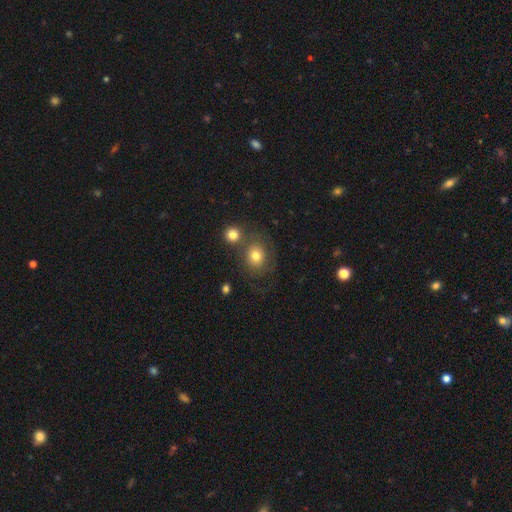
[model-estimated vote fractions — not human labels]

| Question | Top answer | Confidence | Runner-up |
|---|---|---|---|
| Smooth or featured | smooth | 73% | featured or disk (15%) |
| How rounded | round | 67% | in between (32%) |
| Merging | none | 58% | merger (19%) |